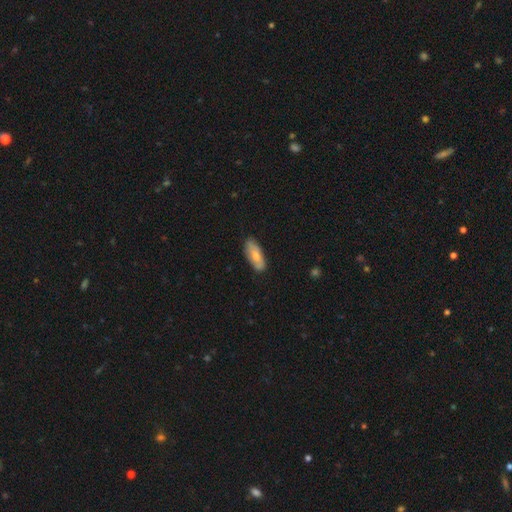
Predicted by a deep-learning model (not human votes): smooth_or_featured: smooth (p=0.70) [alt: featured or disk p=0.25]
how_rounded: in between (p=0.77) [alt: cigar-shaped p=0.21]
merging: none (p=0.79) [alt: minor disturbance p=0.17]